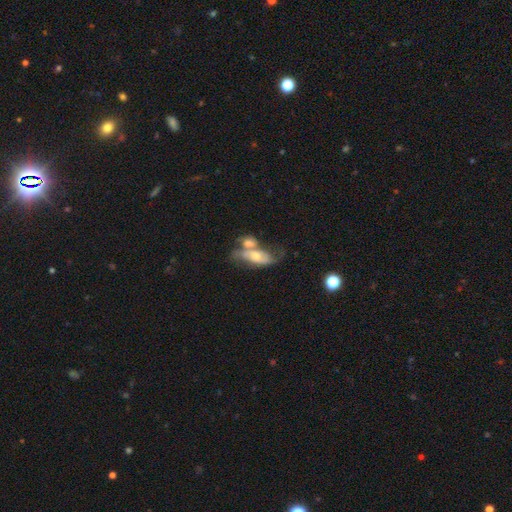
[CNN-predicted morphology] Q: Smooth or featured?
A: featured or disk (53%); runner-up: smooth (39%)
Q: Edge-on disk?
A: no (82%); runner-up: yes (18%)
Q: Merging?
A: merger (49%); runner-up: none (24%)